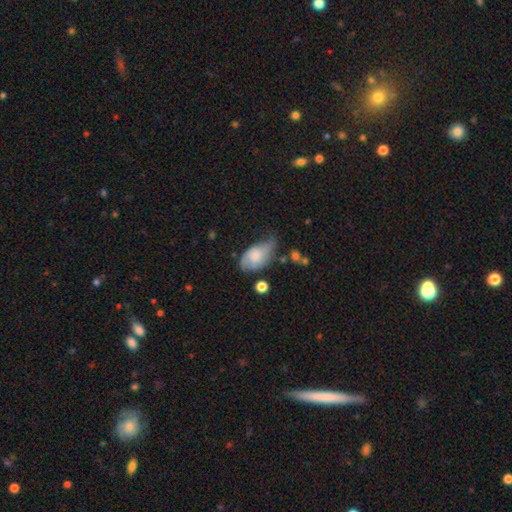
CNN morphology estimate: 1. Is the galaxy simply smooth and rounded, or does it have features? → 62% smooth, 31% featured or disk, 7% star or artifact.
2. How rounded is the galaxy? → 92% in between, 6% round, 2% cigar-shaped.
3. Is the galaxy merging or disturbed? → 42% minor disturbance, 33% none, 21% major disturbance, 5% merger.